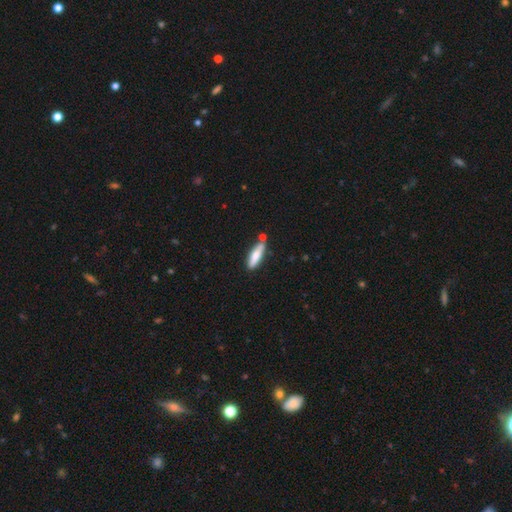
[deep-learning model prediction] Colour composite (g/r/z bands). It shows a smooth galaxy with no disk features (71%) that is cigar-shaped (67%). Merging: none (72%).